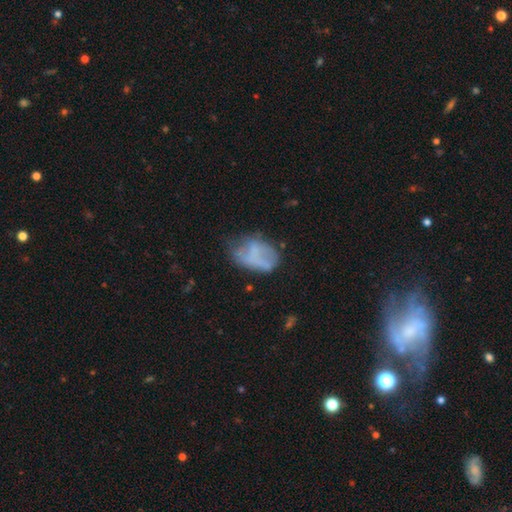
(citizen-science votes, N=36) Volunteers were most divided on "smooth or featured": featured or disk: 50%, smooth: 47%, star or artifact: 3%. Remaining: edge-on disk — no (94%); spiral arms — no (88%); bar — no (82%); bulge size — none (76%); merging — minor disturbance (37%).